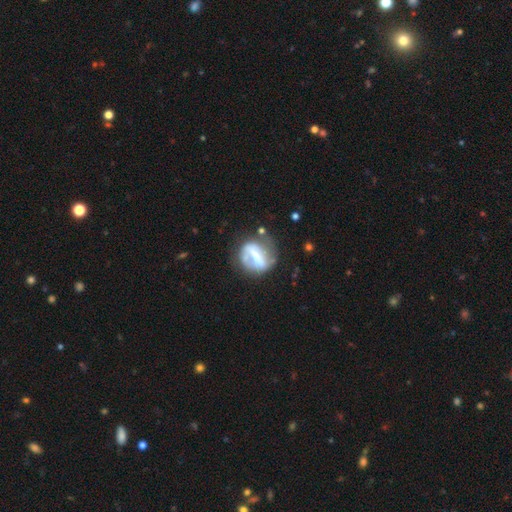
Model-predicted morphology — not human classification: A featured or disk galaxy (66%) with a strong bar (60%), spiral arms (52%) and a small central bulge (36%).

Vote fractions:
- Smooth or featured? featured or disk: 66% / smooth: 27% / star or artifact: 7%
- Edge-on disk? no: 95% / yes: 5%
- Bar? strong: 60% / weak: 25% / no: 15%
- Spiral arms? yes: 52% / no: 48%
- Bulge size? small: 36% / moderate: 35% / none: 16% / large: 10% / dominant: 2%
- Merging? none: 54% / minor disturbance: 23% / major disturbance: 17% / merger: 7%